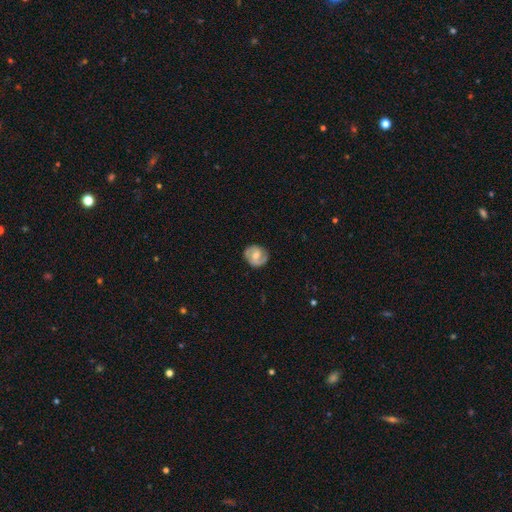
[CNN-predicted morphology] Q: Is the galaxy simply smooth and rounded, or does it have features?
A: featured or disk — 69%.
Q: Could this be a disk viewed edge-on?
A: no — 98%.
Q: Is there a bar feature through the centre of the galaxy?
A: weak — 45%.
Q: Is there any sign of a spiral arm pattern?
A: yes — 91%.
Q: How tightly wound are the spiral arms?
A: medium — 45%.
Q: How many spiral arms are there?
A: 2 — 86%.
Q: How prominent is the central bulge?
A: moderate — 58%.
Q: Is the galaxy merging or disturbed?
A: none — 82%.